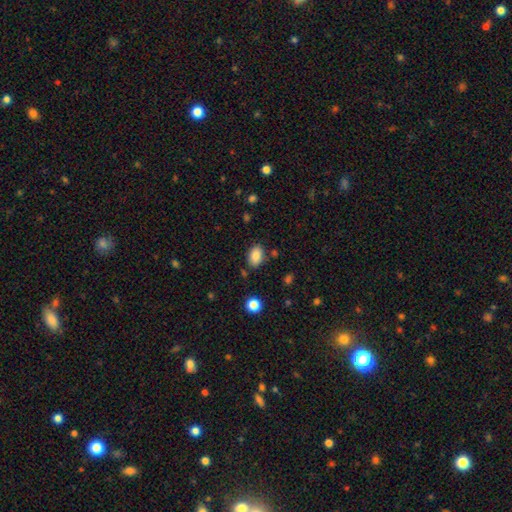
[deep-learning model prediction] This is clearly a smooth galaxy (86%). How rounded: clearly in between (86%). Merging: clearly none (81%).